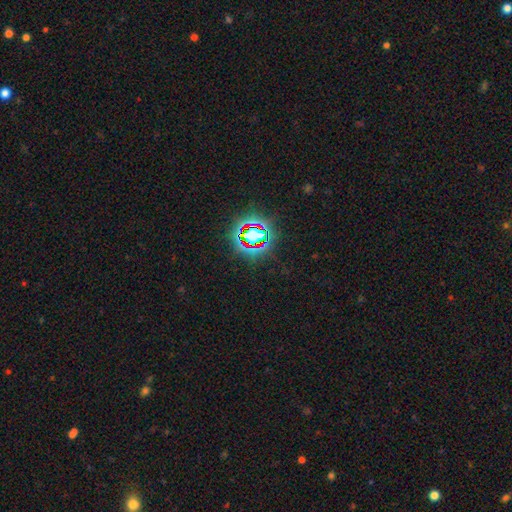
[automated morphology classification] Smooth or featured?
  - star or artifact: 79% *
  - smooth: 13%
  - featured or disk: 8%